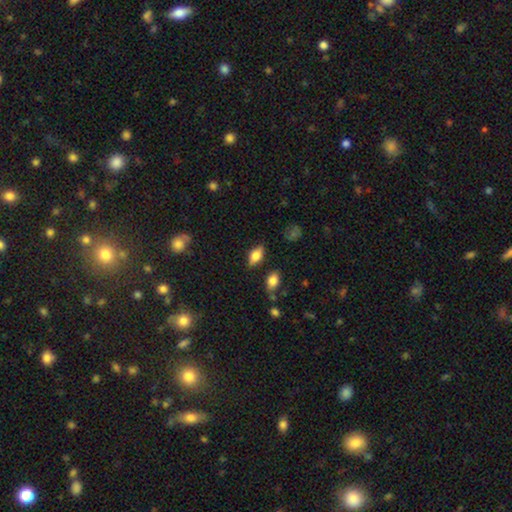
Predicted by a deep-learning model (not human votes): A smooth galaxy with no disk features (66%) that is in between round and cigar-shaped (84%).

Vote fractions:
- Smooth or featured? smooth: 66% / featured or disk: 26% / star or artifact: 9%
- How rounded? in between: 84% / cigar-shaped: 10% / round: 6%
- Merging? none: 79% / minor disturbance: 15% / major disturbance: 4% / merger: 2%